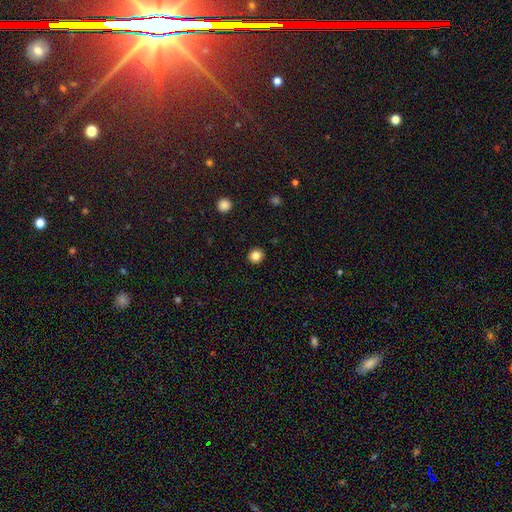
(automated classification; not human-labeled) This is clearly a smooth galaxy (84%). How rounded: clearly round (83%). Merging: clearly none (92%).